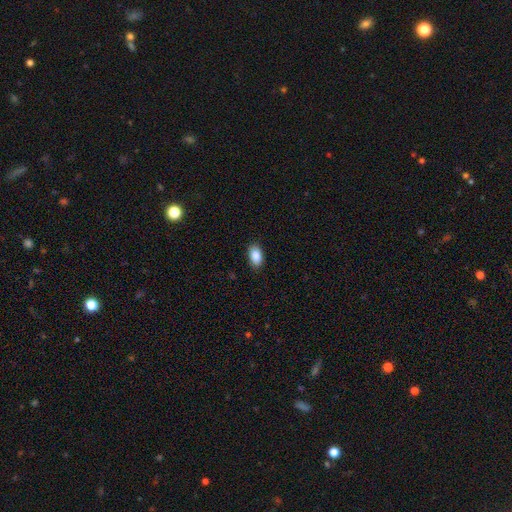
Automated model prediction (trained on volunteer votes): smooth_or_featured: smooth (p=0.86) [alt: star or artifact p=0.07]
how_rounded: in between (p=0.91) [alt: round p=0.07]
merging: none (p=0.88) [alt: minor disturbance p=0.09]